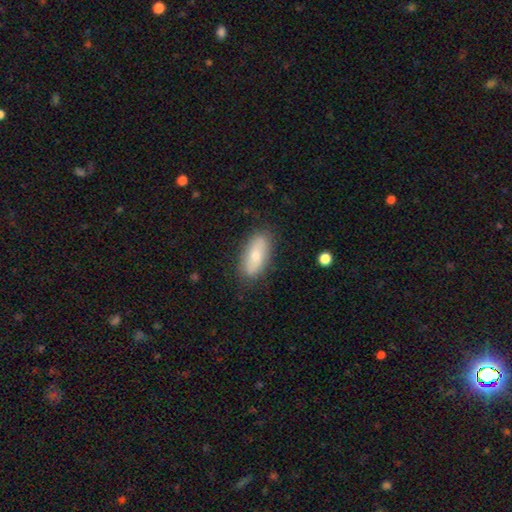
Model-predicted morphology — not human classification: smooth_or_featured: smooth (p=0.70) [alt: featured or disk p=0.24]
how_rounded: in between (p=0.83) [alt: cigar-shaped p=0.15]
merging: none (p=0.82) [alt: minor disturbance p=0.14]